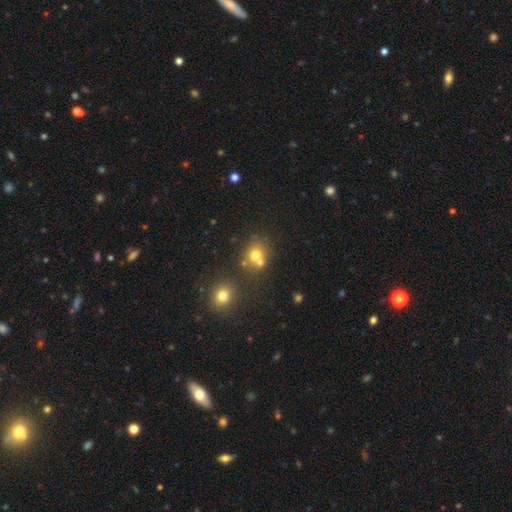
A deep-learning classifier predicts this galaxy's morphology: Smooth or featured? Predicted: smooth (p=0.69). How rounded? Predicted: round (p=0.79). Merging? Predicted: none (p=0.52).